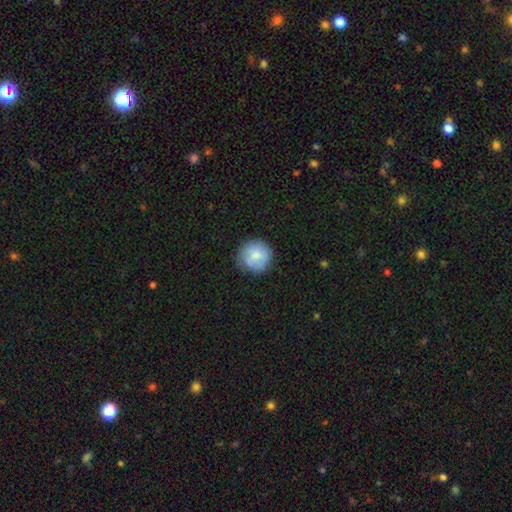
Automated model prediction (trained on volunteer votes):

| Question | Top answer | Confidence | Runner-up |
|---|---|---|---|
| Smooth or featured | smooth | 81% | featured or disk (12%) |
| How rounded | round | 94% | in between (5%) |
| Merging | none | 79% | minor disturbance (16%) |